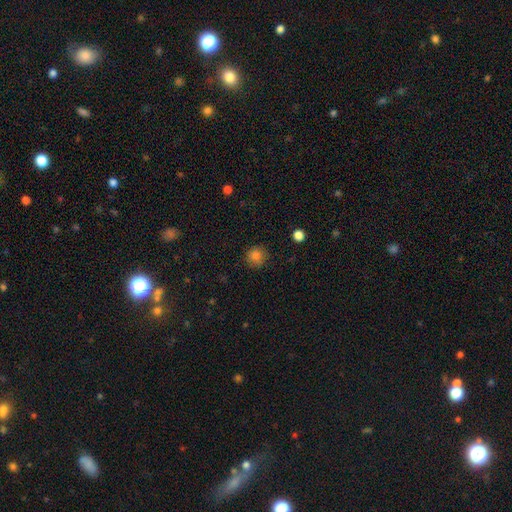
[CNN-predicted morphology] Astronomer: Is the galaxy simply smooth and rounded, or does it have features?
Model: smooth — 83%.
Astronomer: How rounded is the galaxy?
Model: round — 91%.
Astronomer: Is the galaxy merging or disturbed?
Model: none — 84%.